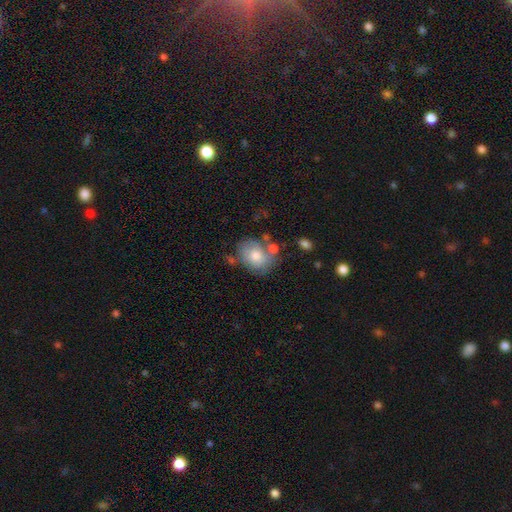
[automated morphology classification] Smooth or featured? Predicted: smooth (p=0.66). How rounded? Predicted: in between (p=0.50). Merging? Predicted: none (p=0.55).